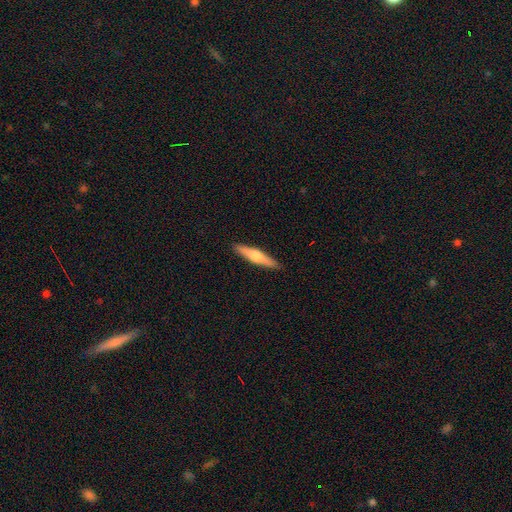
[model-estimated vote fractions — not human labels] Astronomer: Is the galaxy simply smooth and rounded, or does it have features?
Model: featured or disk — 48% (runner-up: smooth, 46%).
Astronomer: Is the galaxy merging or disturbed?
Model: none — 91%.